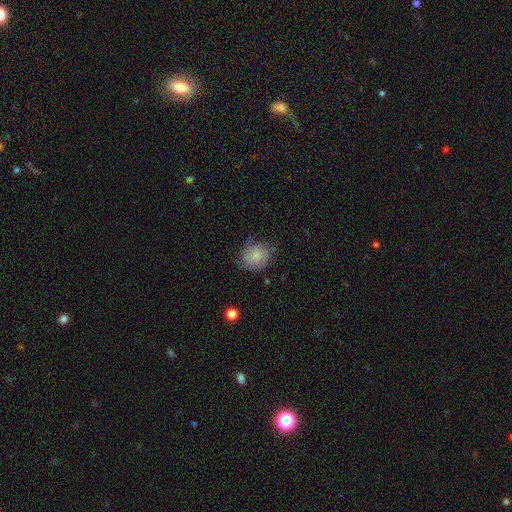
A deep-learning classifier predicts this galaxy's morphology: This is likely a smooth galaxy (74%). How rounded: likely round (72%). Merging: likely none (64%).